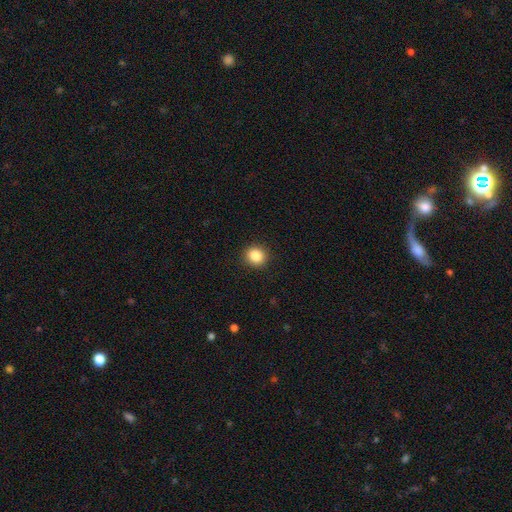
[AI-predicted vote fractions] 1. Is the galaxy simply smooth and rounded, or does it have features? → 86% smooth, 10% star or artifact, 4% featured or disk.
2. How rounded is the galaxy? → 82% round, 17% in between, 1% cigar-shaped.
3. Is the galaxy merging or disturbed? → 91% none, 6% minor disturbance, 2% major disturbance, 1% merger.